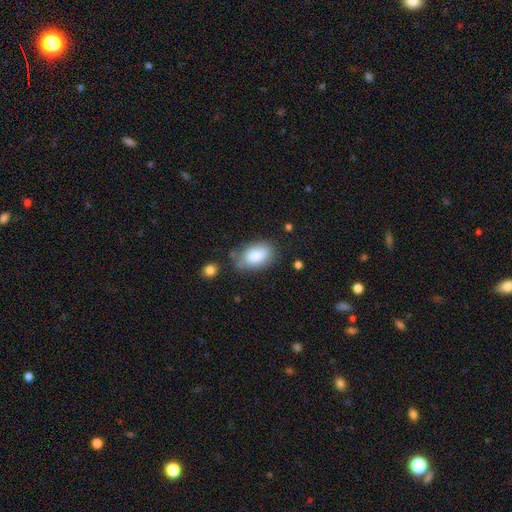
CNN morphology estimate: Smooth or featured? smooth (84%)
How rounded? in between (91%)
Merging? none (64%)